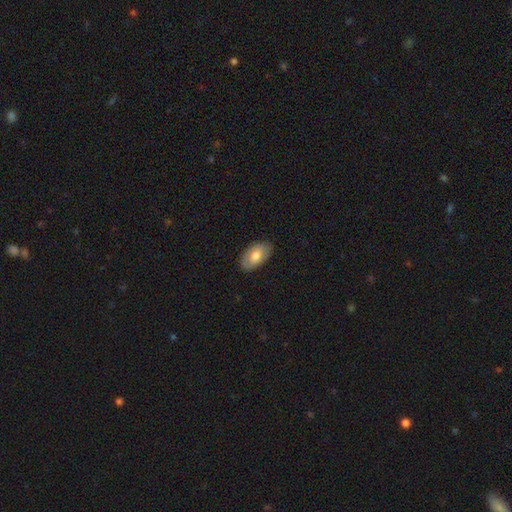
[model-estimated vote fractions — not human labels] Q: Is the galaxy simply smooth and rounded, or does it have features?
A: smooth — 70%.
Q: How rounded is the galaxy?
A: in between — 94%.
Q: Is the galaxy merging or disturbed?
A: none — 85%.